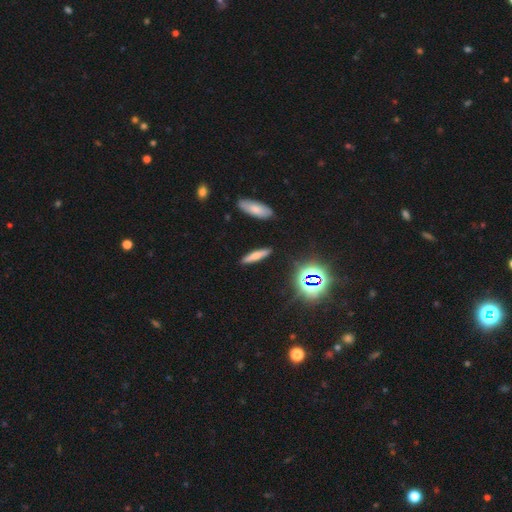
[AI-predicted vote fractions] Smooth or featured: smooth — 65% (featured or disk — 22%)
How rounded: cigar-shaped — 80% (in between — 17%)
Merging: none — 88% (minor disturbance — 8%)